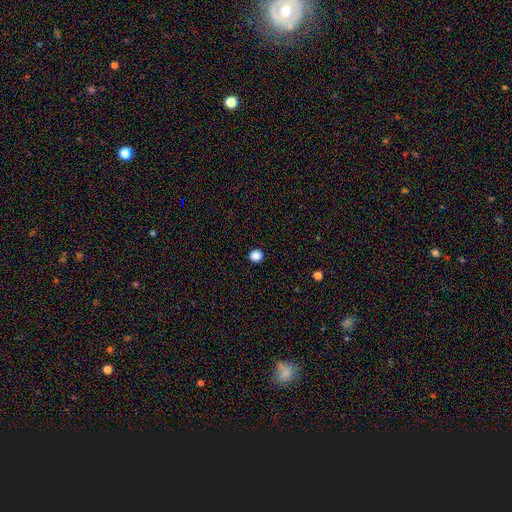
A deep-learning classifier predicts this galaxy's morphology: type=smooth (87%); roundness=round (93%); merging=none (94%).